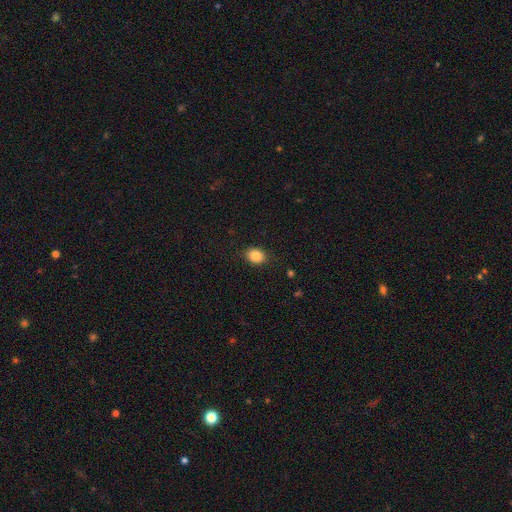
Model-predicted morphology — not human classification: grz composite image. It shows a smooth galaxy with no disk features (85%) that is in between round and cigar-shaped (53%). Merging: none (87%).